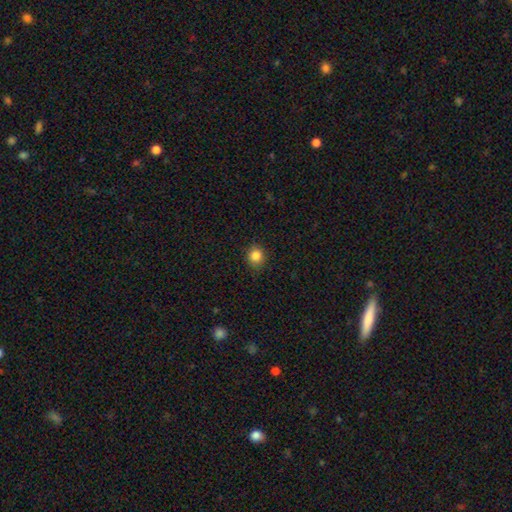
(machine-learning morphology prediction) smooth-or-featured: smooth: 84% | star or artifact: 11% | featured or disk: 5%
  how-rounded: round: 84% | in between: 15% | cigar-shaped: 1%
  merging: none: 87% | minor disturbance: 9% | major disturbance: 2% | merger: 1%